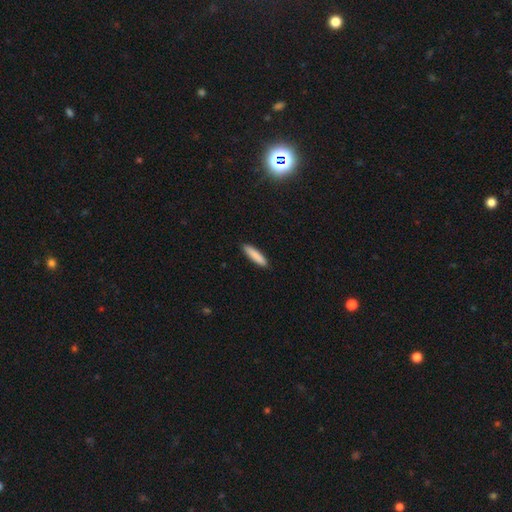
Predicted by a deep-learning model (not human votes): A smooth galaxy with no disk features (87%) that is cigar-shaped (81%). Merging: none (90%).